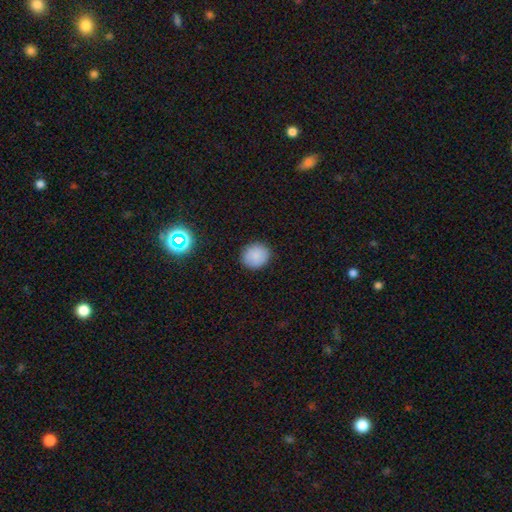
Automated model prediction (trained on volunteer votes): Smooth or featured? smooth (86%)
How rounded? round (77%)
Merging? none (89%)